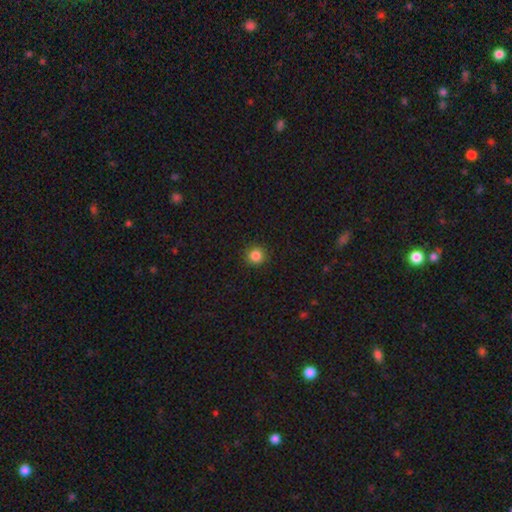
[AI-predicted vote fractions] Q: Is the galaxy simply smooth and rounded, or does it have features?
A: smooth — 85%.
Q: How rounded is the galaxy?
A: round — 94%.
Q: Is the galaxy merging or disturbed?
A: none — 92%.